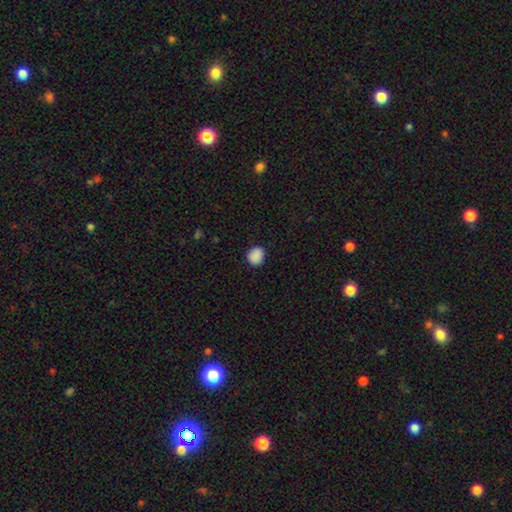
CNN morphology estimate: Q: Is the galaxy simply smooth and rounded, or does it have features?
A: smooth — 89%.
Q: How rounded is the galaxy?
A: round — 66%.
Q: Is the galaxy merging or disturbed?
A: none — 87%.